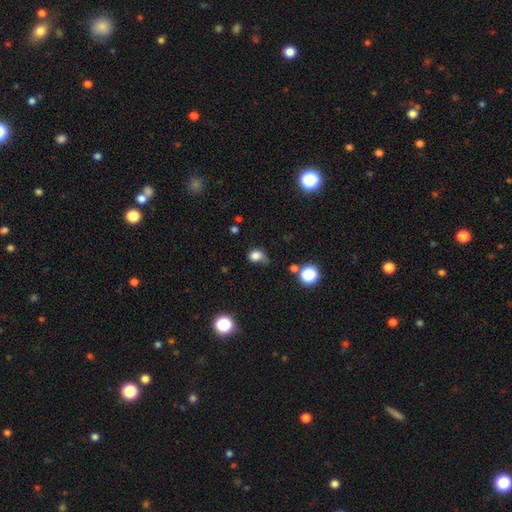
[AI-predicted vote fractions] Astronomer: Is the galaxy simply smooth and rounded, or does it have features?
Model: smooth — 79%.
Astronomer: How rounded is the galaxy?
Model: round — 55% (runner-up: in between, 44%).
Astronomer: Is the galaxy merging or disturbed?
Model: none — 43% (runner-up: minor disturbance, 36%).